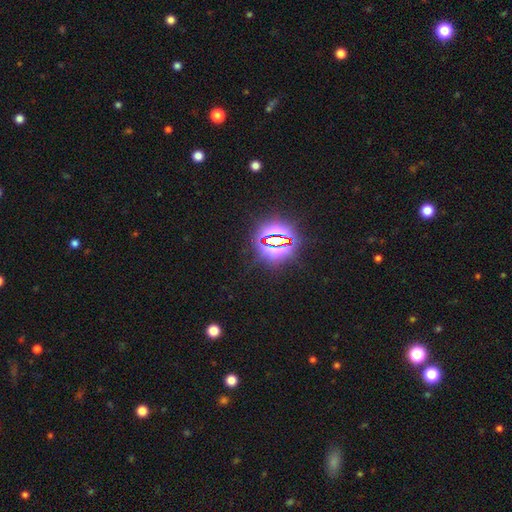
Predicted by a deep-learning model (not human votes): Smooth or featured: star or artifact — 85% (smooth — 9%)